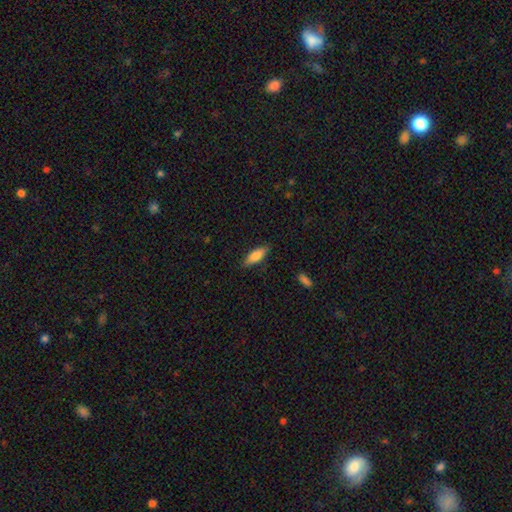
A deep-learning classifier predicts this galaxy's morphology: Smooth or featured? smooth (81%)
How rounded? in between (61%)
Merging? none (85%)